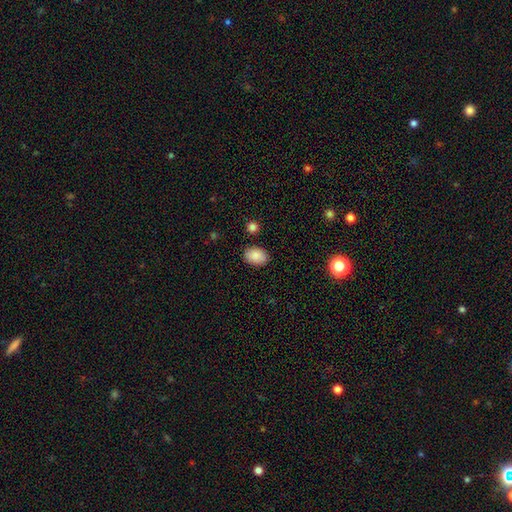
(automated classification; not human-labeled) Smooth or featured: smooth — 88% (star or artifact — 7%)
How rounded: in between — 83% (round — 16%)
Merging: none — 85% (minor disturbance — 10%)